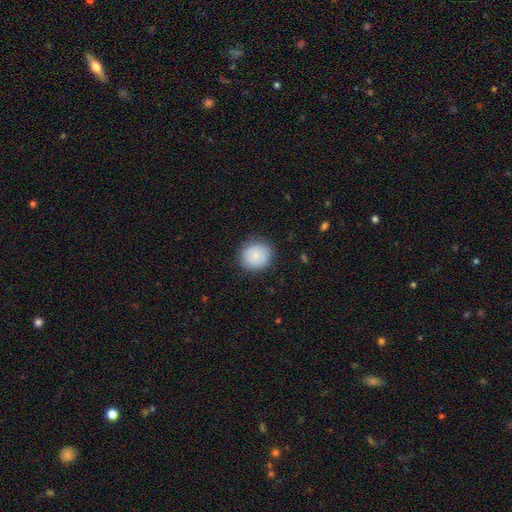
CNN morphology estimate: smooth-or-featured: smooth: 83% | featured or disk: 10% | star or artifact: 7%
  how-rounded: round: 86% | in between: 13% | cigar-shaped: 1%
  merging: none: 85% | minor disturbance: 11% | major disturbance: 3% | merger: 1%